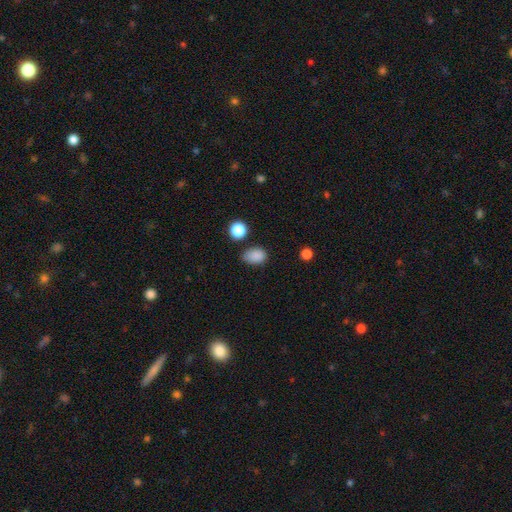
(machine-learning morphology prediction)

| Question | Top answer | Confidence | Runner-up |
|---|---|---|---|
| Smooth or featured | smooth | 85% | star or artifact (11%) |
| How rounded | in between | 74% | round (24%) |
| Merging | none | 63% | minor disturbance (27%) |